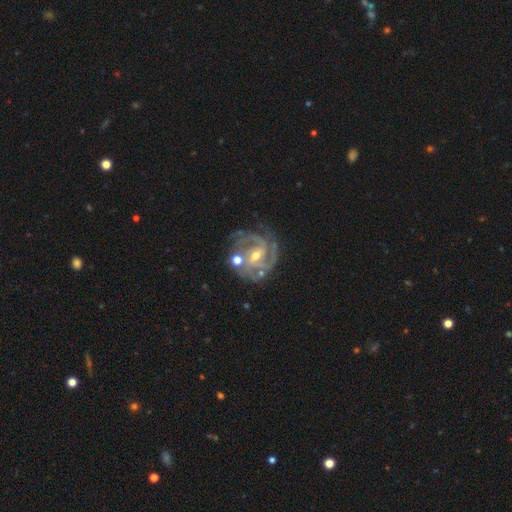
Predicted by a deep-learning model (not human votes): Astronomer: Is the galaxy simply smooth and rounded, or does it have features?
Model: featured or disk — 91%.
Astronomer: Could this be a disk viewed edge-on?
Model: no — 98%.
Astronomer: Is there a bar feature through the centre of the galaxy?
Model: weak — 46% (runner-up: strong, 29%).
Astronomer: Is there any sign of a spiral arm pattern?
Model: yes — 98%.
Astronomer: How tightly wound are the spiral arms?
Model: tight — 59% (runner-up: medium, 36%).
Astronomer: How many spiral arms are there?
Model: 3 — 40% (runner-up: 2, 34%).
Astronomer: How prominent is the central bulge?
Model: small — 51% (runner-up: moderate, 45%).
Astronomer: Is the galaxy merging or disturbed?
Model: none — 66%.